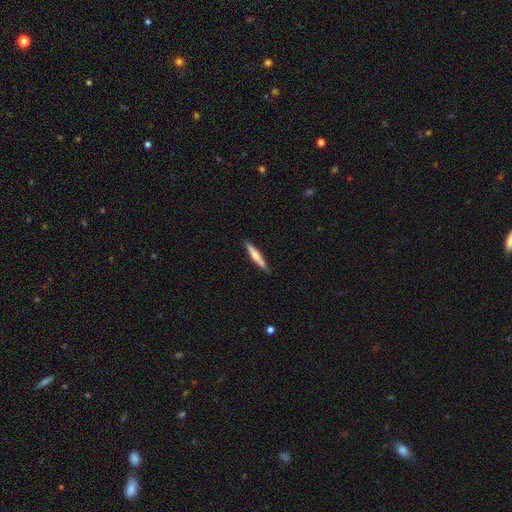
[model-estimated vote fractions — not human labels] Smooth or featured? smooth (51%)
How rounded? cigar-shaped (91%)
Merging? none (85%)